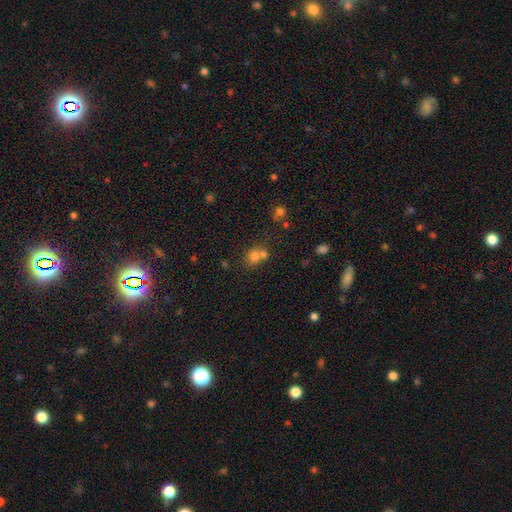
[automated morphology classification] Smooth or featured: smooth — 73% (star or artifact — 15%)
How rounded: round — 68% (in between — 31%)
Merging: merger — 48% (none — 39%)